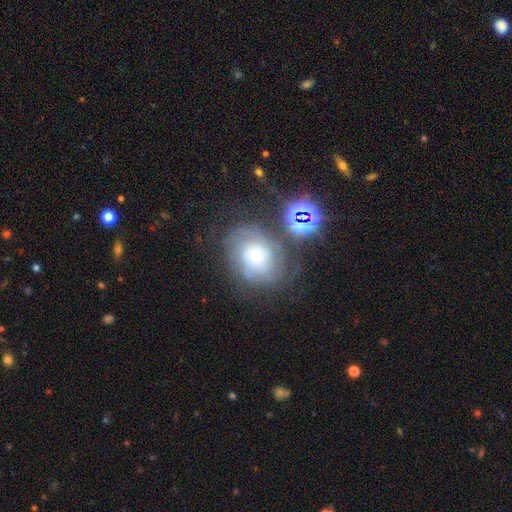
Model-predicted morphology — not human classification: featured or disk 72%, smooth 16%, star or artifact 12%. Down the decision tree: edge-on disk — no (97%); bar — no (80%); spiral arms — yes (88%); spiral arm count — can't tell (45%); spiral winding — tight (69%); bulge size — small (58%); merging — none (63%).